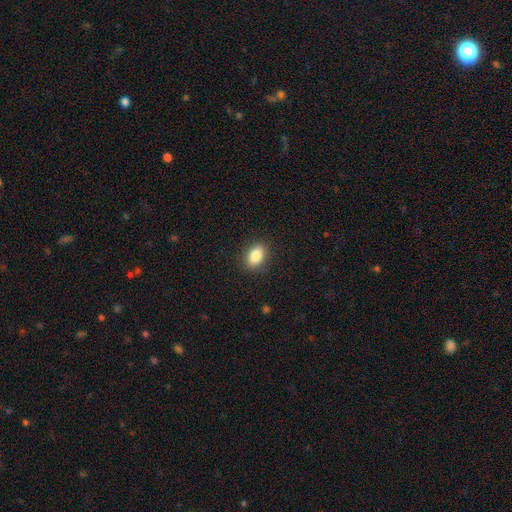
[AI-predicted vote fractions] A smooth galaxy with no disk features (84%) that is in between round and cigar-shaped (82%).

Vote fractions:
- Smooth or featured? smooth: 84% / star or artifact: 8% / featured or disk: 7%
- How rounded? in between: 82% / round: 16% / cigar-shaped: 2%
- Merging? none: 88% / minor disturbance: 8% / major disturbance: 2% / merger: 1%